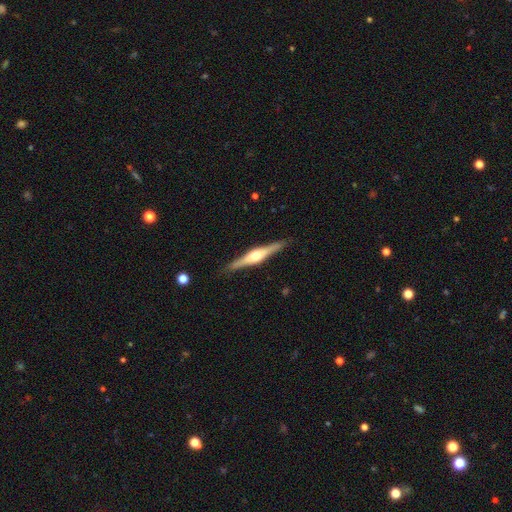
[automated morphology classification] A featured or disk galaxy (79%) viewed edge-on (98%) with a rounded central bulge (91%). Merging: none (90%).